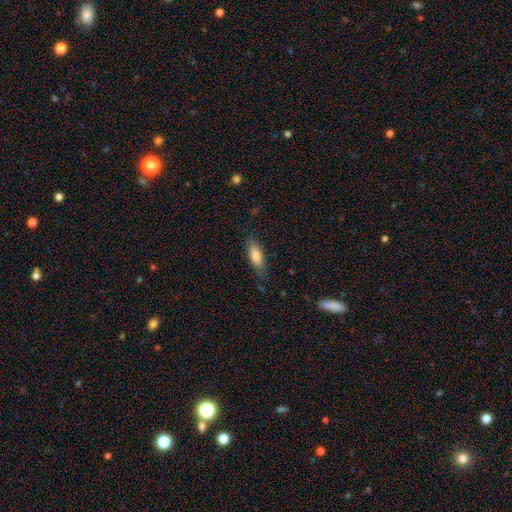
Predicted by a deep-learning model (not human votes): This is likely a smooth galaxy (75%). How rounded: possibly in between (60%). Merging: likely none (78%).